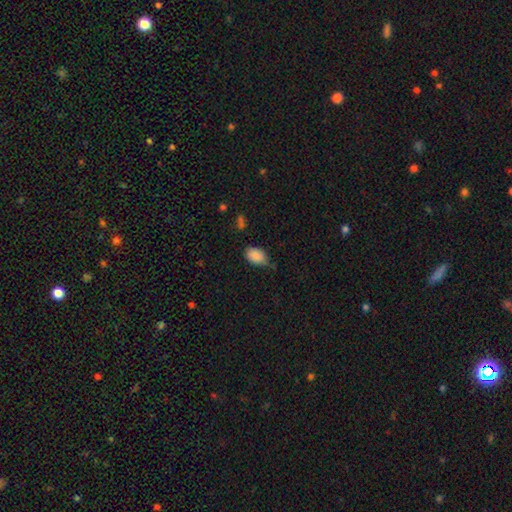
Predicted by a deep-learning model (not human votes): Smooth or featured: smooth — 87% (star or artifact — 8%)
How rounded: in between — 85% (round — 14%)
Merging: none — 57% (minor disturbance — 33%)